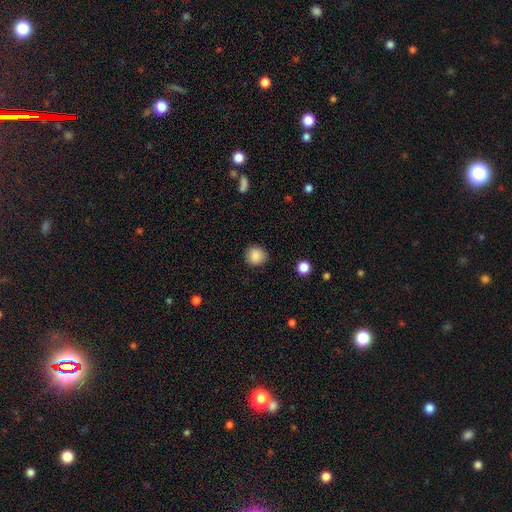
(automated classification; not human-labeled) Smooth or featured?
  - smooth: 88% *
  - star or artifact: 9%
  - featured or disk: 4%
How rounded?
  - round: 88% *
  - in between: 11%
  - cigar-shaped: 1%
Merging?
  - none: 87% *
  - minor disturbance: 9%
  - major disturbance: 3%
  - merger: 1%